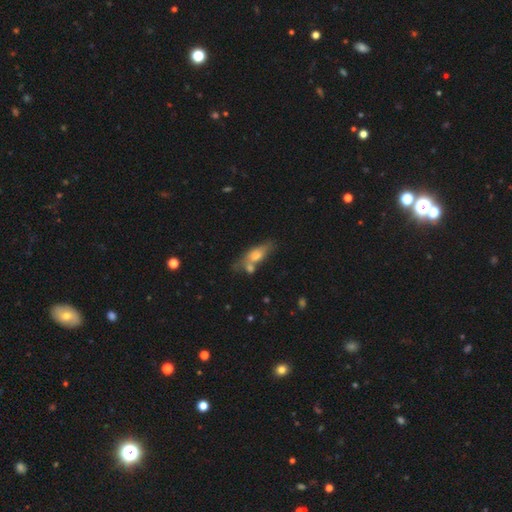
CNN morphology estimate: Smooth or featured? smooth (53%)
How rounded? in between (60%)
Merging? none (45%)